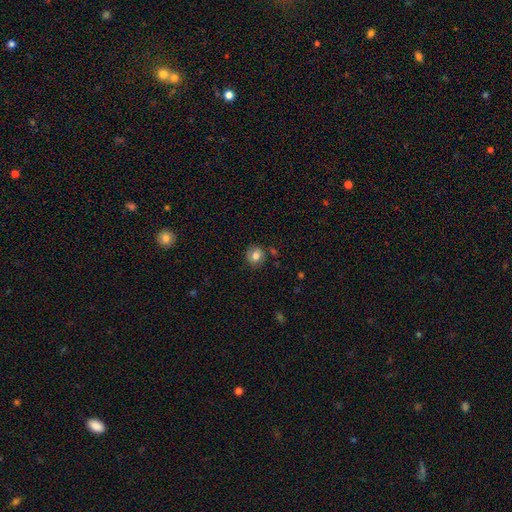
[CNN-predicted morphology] smooth_or_featured: smooth (p=0.78) [alt: featured or disk p=0.12]
how_rounded: round (p=0.85) [alt: in between p=0.14]
merging: none (p=0.83) [alt: minor disturbance p=0.11]